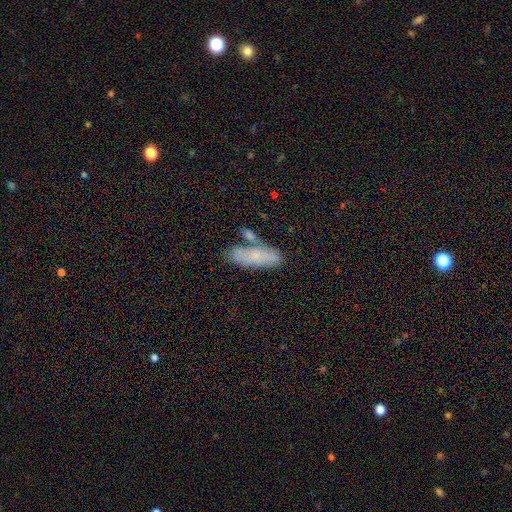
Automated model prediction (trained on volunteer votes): smooth_or_featured: smooth (p=0.70) [alt: featured or disk p=0.22]
how_rounded: in between (p=0.61) [alt: cigar-shaped p=0.37]
merging: none (p=0.59) [alt: minor disturbance p=0.19]